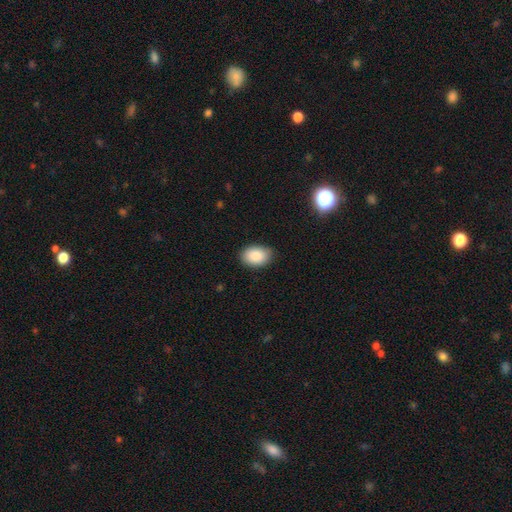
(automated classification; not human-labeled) Smooth or featured? Predicted: smooth (p=0.87). How rounded? Predicted: in between (p=0.86). Merging? Predicted: none (p=0.84).